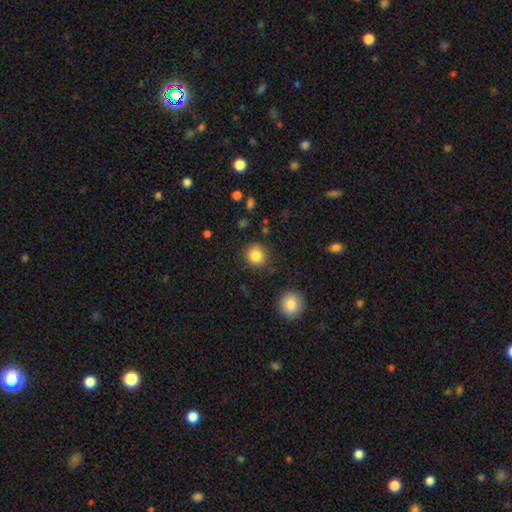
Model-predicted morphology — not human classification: This is clearly a smooth galaxy (84%). How rounded: clearly round (89%). Merging: clearly none (87%).